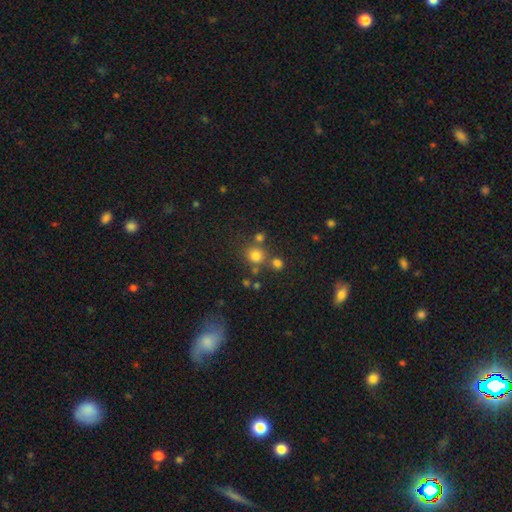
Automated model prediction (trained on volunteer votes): Q: Smooth or featured?
A: smooth (76%); runner-up: star or artifact (17%)
Q: How rounded?
A: round (88%); runner-up: in between (11%)
Q: Merging?
A: none (69%); runner-up: merger (17%)